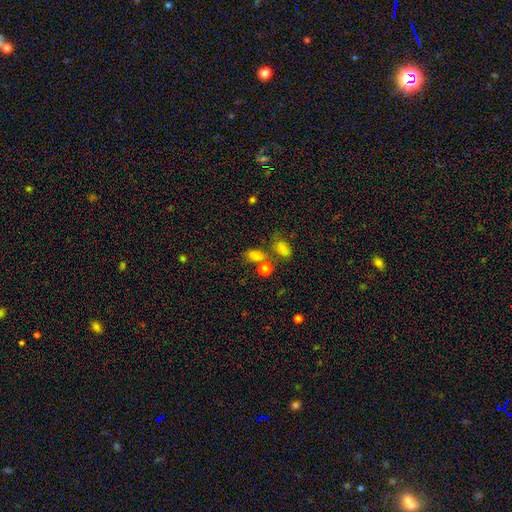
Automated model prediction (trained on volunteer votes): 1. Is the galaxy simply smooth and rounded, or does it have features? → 77% smooth, 15% star or artifact, 8% featured or disk.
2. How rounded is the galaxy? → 73% in between, 25% round, 2% cigar-shaped.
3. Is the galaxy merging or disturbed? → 53% none, 26% merger, 14% minor disturbance, 7% major disturbance.